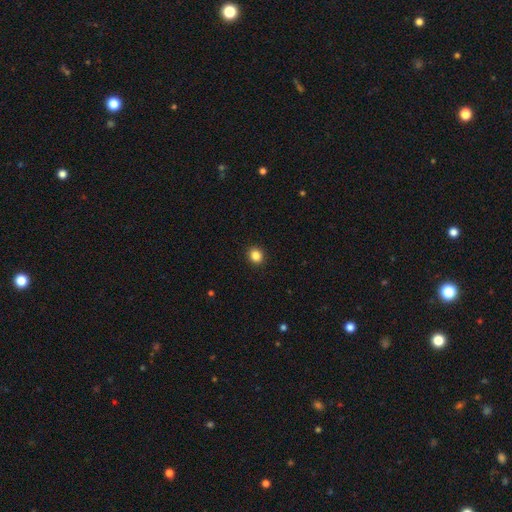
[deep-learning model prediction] smooth_or_featured: smooth (p=0.85) [alt: star or artifact p=0.11]
how_rounded: round (p=0.81) [alt: in between p=0.18]
merging: none (p=0.92) [alt: minor disturbance p=0.05]